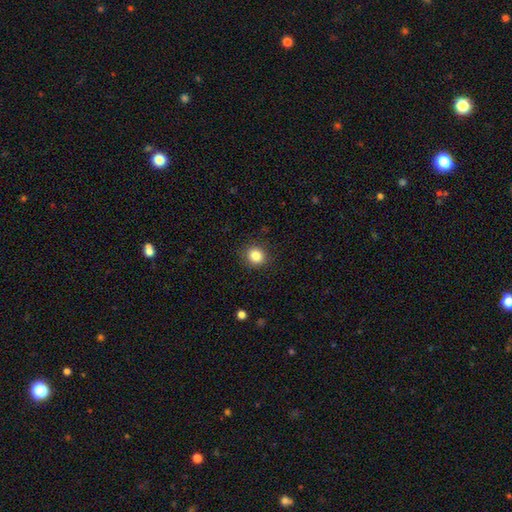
This is clearly a smooth galaxy (82%). How rounded: clearly round (94%). Merging: clearly none (86%).